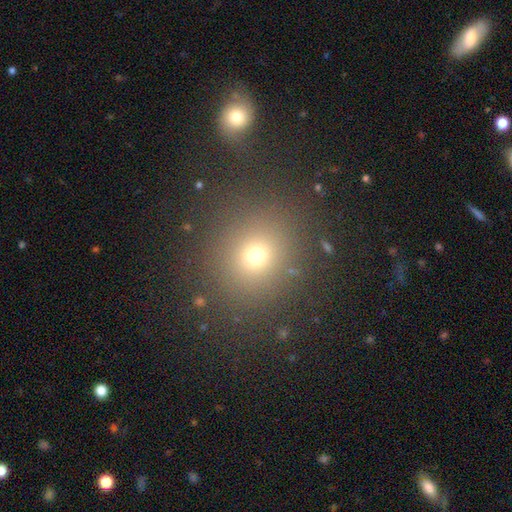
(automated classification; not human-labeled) Smooth or featured? smooth (69%)
How rounded? round (84%)
Merging? none (86%)